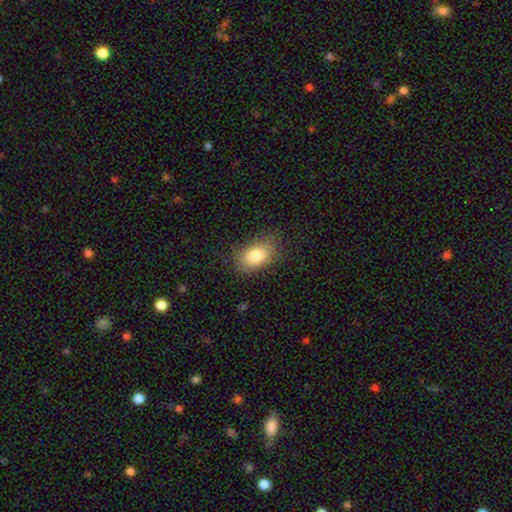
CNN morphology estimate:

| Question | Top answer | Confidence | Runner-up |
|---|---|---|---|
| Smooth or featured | smooth | 82% | featured or disk (9%) |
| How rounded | in between | 89% | round (9%) |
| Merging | none | 81% | minor disturbance (14%) |